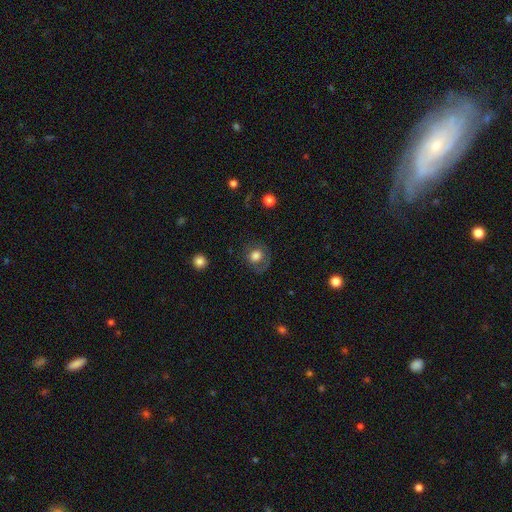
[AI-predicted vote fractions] Smooth or featured? Predicted: smooth (p=0.73). How rounded? Predicted: round (p=0.74). Merging? Predicted: none (p=0.66).